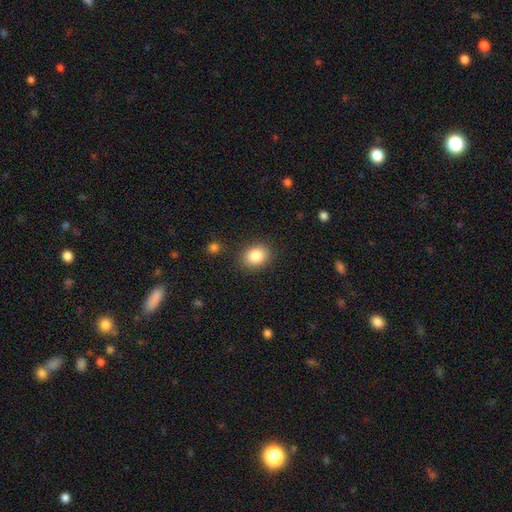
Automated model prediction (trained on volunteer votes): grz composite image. It shows a smooth galaxy with no disk features (85%) that is round (51%). Merging: none (86%).